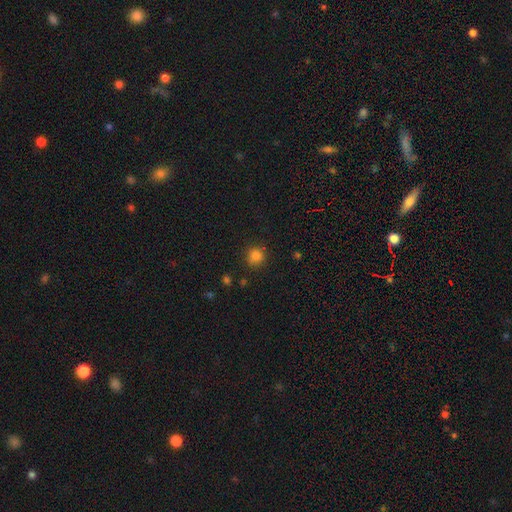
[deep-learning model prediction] Smooth or featured? smooth (82%)
How rounded? round (88%)
Merging? none (82%)